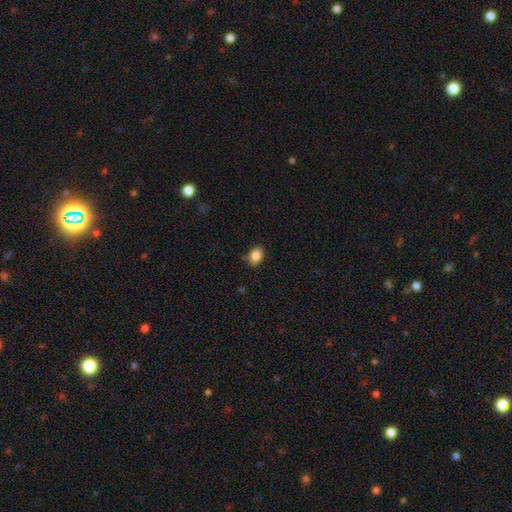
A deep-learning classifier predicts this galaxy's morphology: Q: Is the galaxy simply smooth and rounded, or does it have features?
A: smooth — 86%.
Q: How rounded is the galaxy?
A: in between — 80%.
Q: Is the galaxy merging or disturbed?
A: none — 84%.